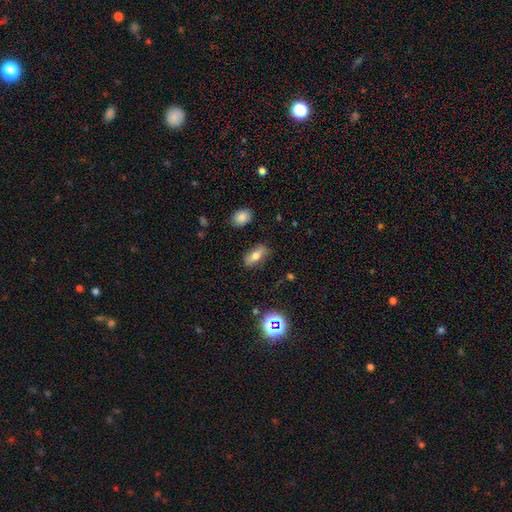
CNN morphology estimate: This appears to be a smooth galaxy with no disk features (66%) that is in between round and cigar-shaped (76%). Merging: none (81%).